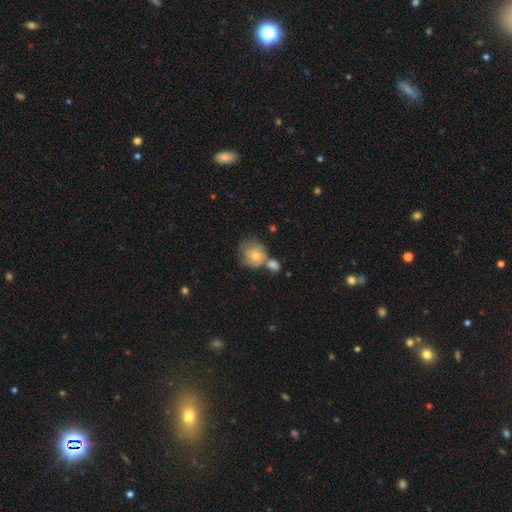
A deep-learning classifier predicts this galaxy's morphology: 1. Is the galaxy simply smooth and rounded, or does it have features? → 58% smooth, 32% featured or disk, 10% star or artifact.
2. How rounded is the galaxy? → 75% round, 24% in between, 1% cigar-shaped.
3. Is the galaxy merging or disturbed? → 38% none, 35% merger, 19% minor disturbance, 8% major disturbance.